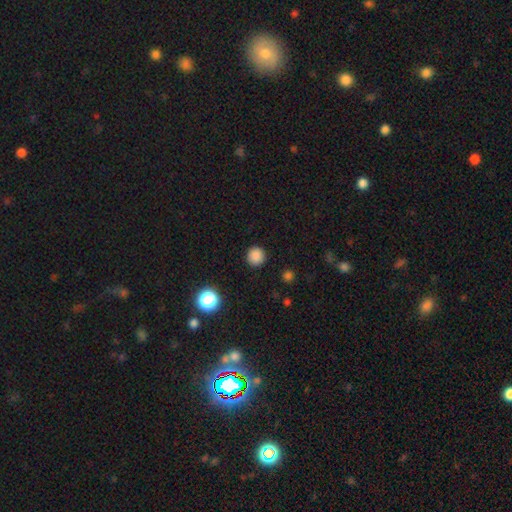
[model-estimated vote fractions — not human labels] A smooth galaxy with no disk features (85%) that is round (94%). Merging: none (92%).